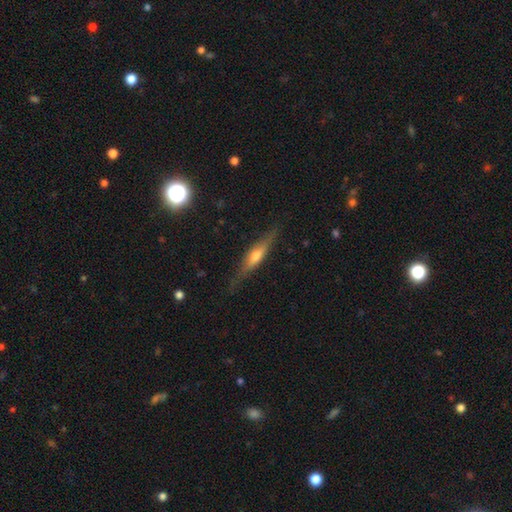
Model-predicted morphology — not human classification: Smooth or featured?
  - featured or disk: 61% *
  - smooth: 32%
  - star or artifact: 7%
Edge-on disk?
  - yes: 94% *
  - no: 6%
Edge-on bulge?
  - rounded: 78% *
  - boxy: 12%
  - none: 10%
Merging?
  - none: 80% *
  - minor disturbance: 15%
  - major disturbance: 4%
  - merger: 1%